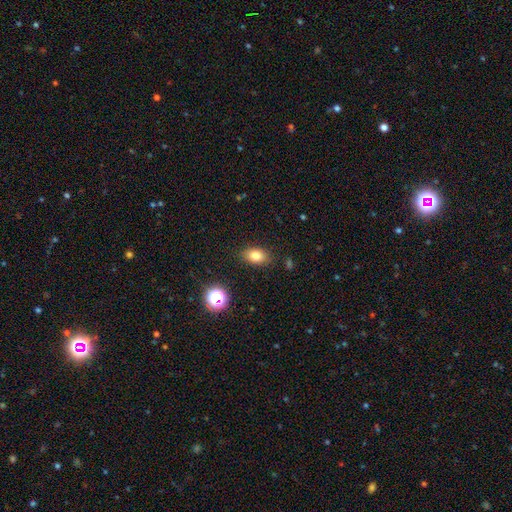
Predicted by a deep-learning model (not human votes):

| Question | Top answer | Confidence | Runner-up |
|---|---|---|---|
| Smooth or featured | smooth | 79% | star or artifact (12%) |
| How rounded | in between | 83% | round (15%) |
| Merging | none | 86% | minor disturbance (10%) |